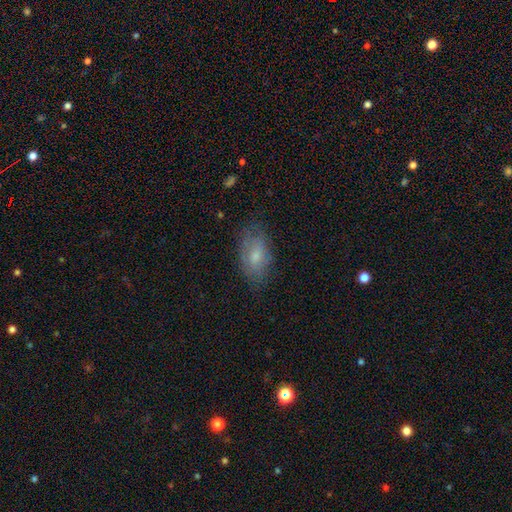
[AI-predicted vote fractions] Smooth or featured?
  - smooth: 67% *
  - featured or disk: 25%
  - star or artifact: 8%
How rounded?
  - in between: 91% *
  - round: 5%
  - cigar-shaped: 4%
Merging?
  - none: 69% *
  - minor disturbance: 23%
  - major disturbance: 7%
  - merger: 1%